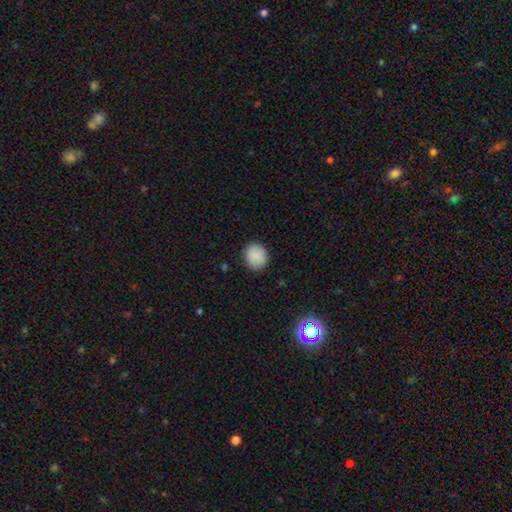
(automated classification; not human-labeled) smooth 88%, star or artifact 8%, featured or disk 4%. Down the decision tree: how rounded — round (80%); merging — none (88%).